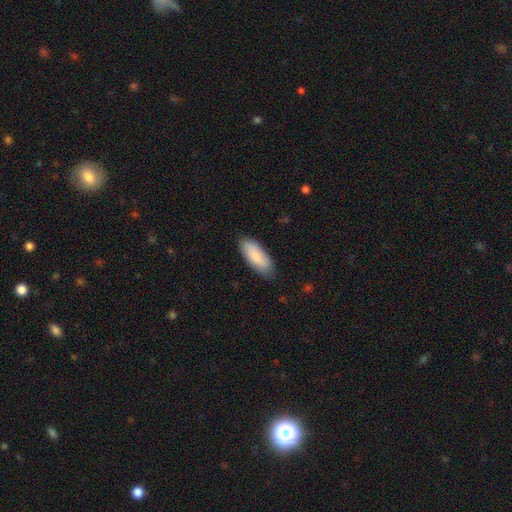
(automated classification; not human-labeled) Smooth or featured: smooth — 86% (featured or disk — 9%)
How rounded: in between — 77% (cigar-shaped — 21%)
Merging: none — 81% (minor disturbance — 15%)